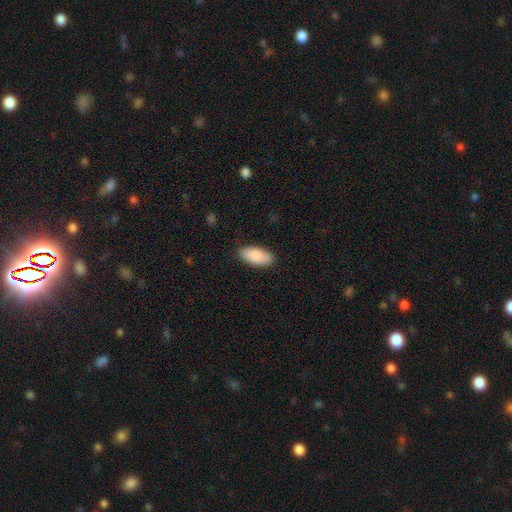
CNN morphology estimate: Q: Smooth or featured?
A: smooth (87%); runner-up: featured or disk (7%)
Q: How rounded?
A: in between (90%); runner-up: cigar-shaped (8%)
Q: Merging?
A: none (87%); runner-up: minor disturbance (10%)